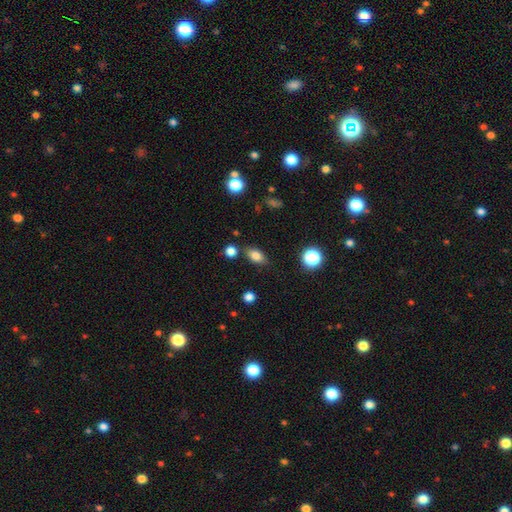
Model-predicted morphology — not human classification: Q: Smooth or featured?
A: smooth (81%); runner-up: star or artifact (11%)
Q: How rounded?
A: in between (83%); runner-up: round (14%)
Q: Merging?
A: none (79%); runner-up: minor disturbance (13%)